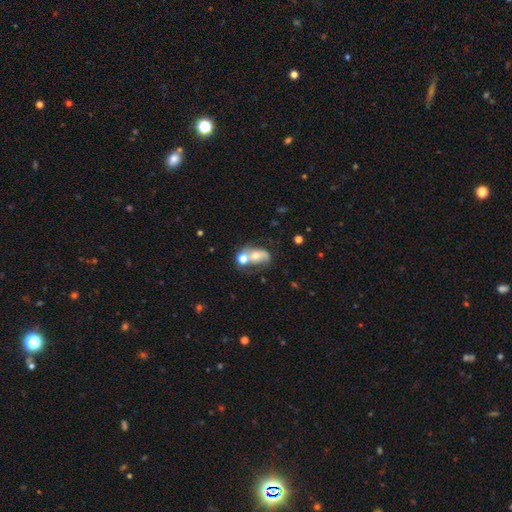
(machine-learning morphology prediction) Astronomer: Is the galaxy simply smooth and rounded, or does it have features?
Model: featured or disk — 45% (runner-up: smooth, 44%).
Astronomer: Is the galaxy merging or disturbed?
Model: merger — 45% (runner-up: none, 26%).